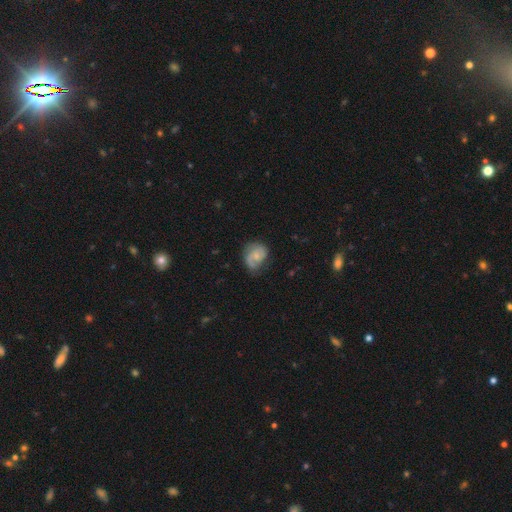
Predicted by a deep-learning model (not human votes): Q: Smooth or featured?
A: featured or disk (54%); runner-up: smooth (38%)
Q: Edge-on disk?
A: no (97%); runner-up: yes (3%)
Q: Bar?
A: no (69%); runner-up: weak (27%)
Q: Spiral arms?
A: yes (85%); runner-up: no (15%)
Q: Bulge size?
A: small (56%); runner-up: moderate (31%)
Q: Merging?
A: none (53%); runner-up: minor disturbance (31%)